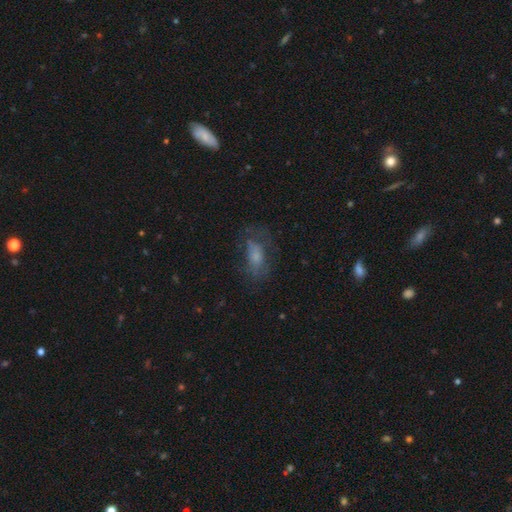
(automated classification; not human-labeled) Smooth or featured? Predicted: smooth (p=0.53). How rounded? Predicted: in between (p=0.82). Merging? Predicted: none (p=0.50).